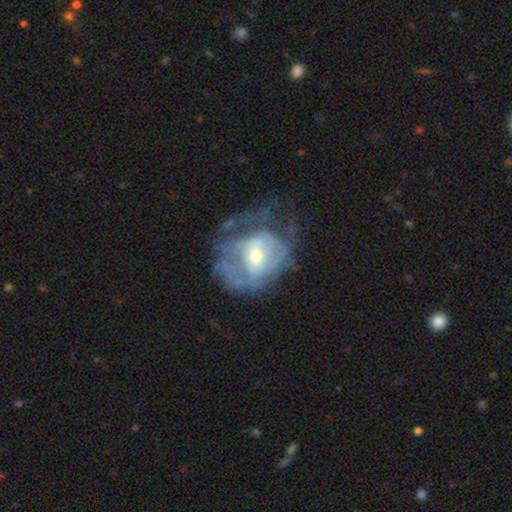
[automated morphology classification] This is likely a featured or disk galaxy (67%). It is clearly not viewed edge-on (96%). Bar: likely no (64%). Spiral arm pattern: possibly yes (51%). Central bulge: possibly small (47%). Merging: possibly major disturbance (45%).